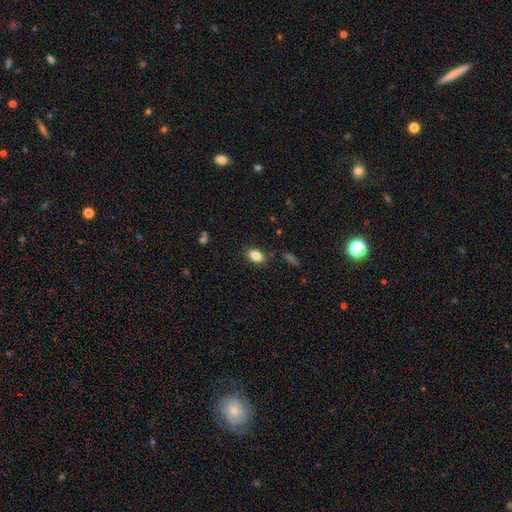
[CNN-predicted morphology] smooth-or-featured: smooth: 84% | star or artifact: 9% | featured or disk: 7%
  how-rounded: in between: 89% | round: 9% | cigar-shaped: 3%
  merging: none: 85% | minor disturbance: 11% | major disturbance: 3% | merger: 2%